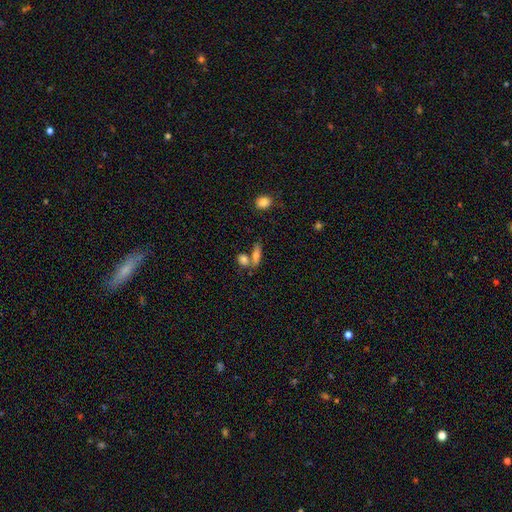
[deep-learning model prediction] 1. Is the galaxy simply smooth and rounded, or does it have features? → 72% smooth, 18% featured or disk, 10% star or artifact.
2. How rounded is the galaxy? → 54% in between, 36% cigar-shaped, 10% round.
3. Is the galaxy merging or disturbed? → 49% none, 36% merger, 11% minor disturbance, 5% major disturbance.